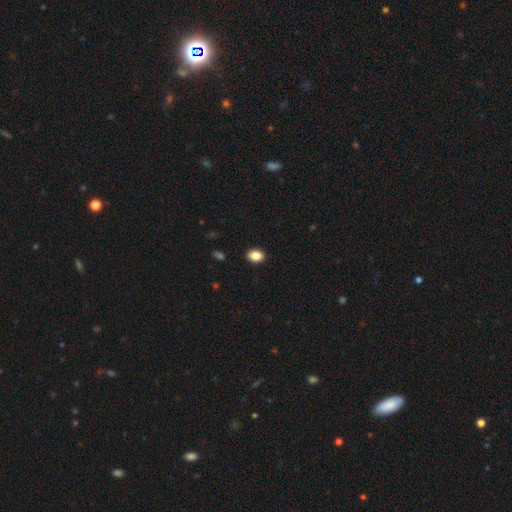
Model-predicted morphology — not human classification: This is clearly a smooth galaxy (87%). How rounded: likely in between (71%). Merging: clearly none (90%).